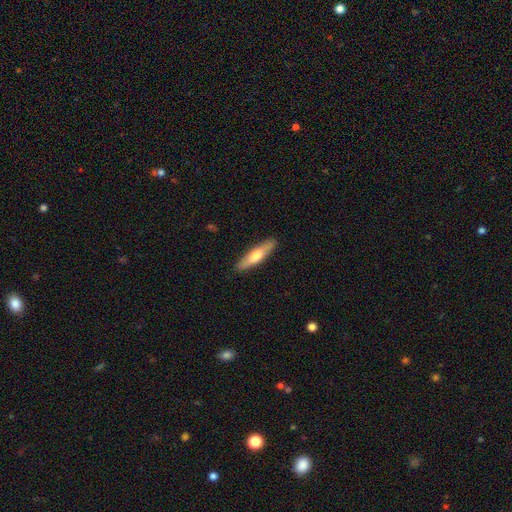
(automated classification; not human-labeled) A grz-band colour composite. It shows a smooth galaxy with no disk features (60%) that is cigar-shaped (77%). Merging: none (89%).